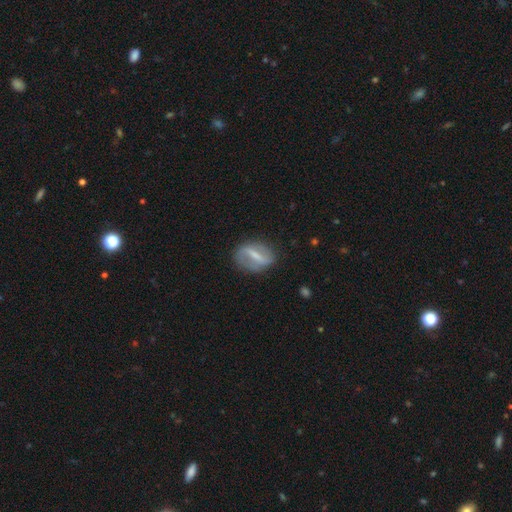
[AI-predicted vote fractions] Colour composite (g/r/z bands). It shows a featured or disk galaxy (65%) with a strong bar (71%), no spiral arms (53%) and a small central bulge (38%). Merging: none (76%).